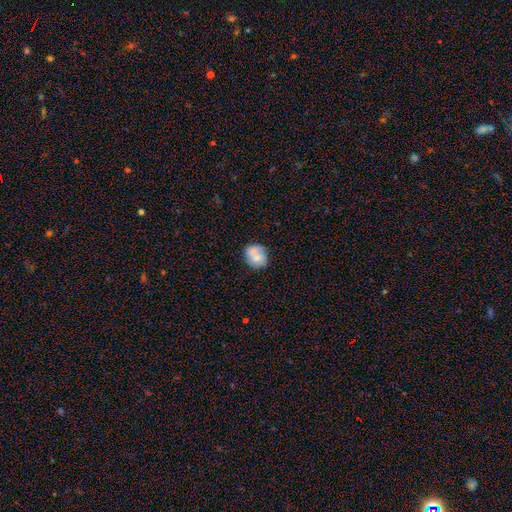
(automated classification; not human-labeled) Q: Smooth or featured?
A: smooth (66%); runner-up: featured or disk (27%)
Q: How rounded?
A: round (67%); runner-up: in between (32%)
Q: Merging?
A: none (56%); runner-up: minor disturbance (20%)